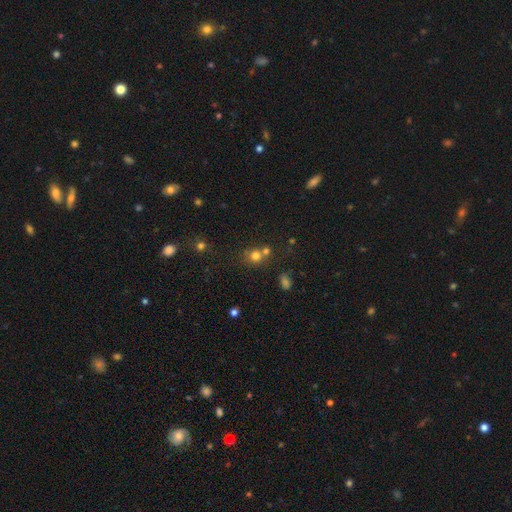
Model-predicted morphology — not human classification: This appears to be a smooth galaxy with no disk features (74%) that is round (80%). Merging: none (50%).